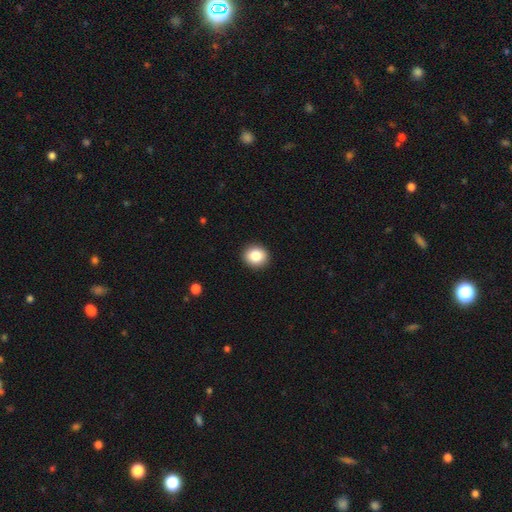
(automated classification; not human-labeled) smooth 85%, star or artifact 9%, featured or disk 7%. Down the decision tree: how rounded — round (81%); merging — none (92%).